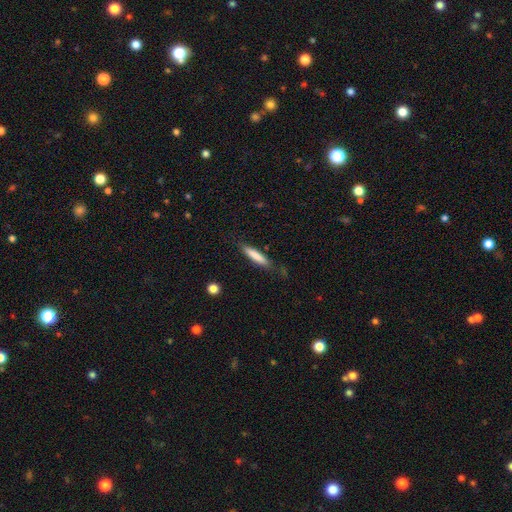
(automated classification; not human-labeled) Smooth or featured? Predicted: smooth (p=0.78). How rounded? Predicted: cigar-shaped (p=0.86). Merging? Predicted: none (p=0.80).